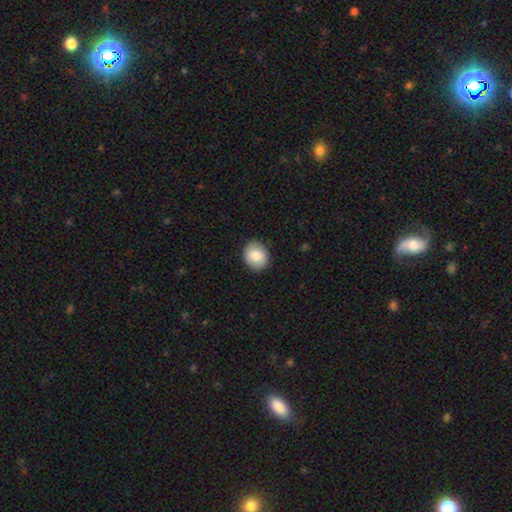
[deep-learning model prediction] Smooth or featured? Predicted: smooth (p=0.82). How rounded? Predicted: round (p=0.67). Merging? Predicted: none (p=0.86).